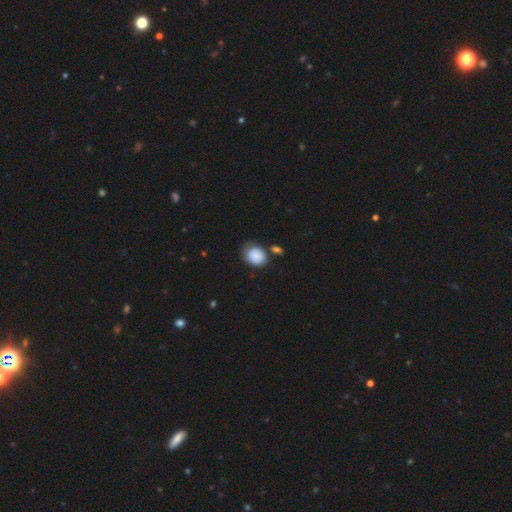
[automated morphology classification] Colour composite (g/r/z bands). It shows a smooth galaxy with no disk features (87%) that is round (62%). Merging: none (57%).